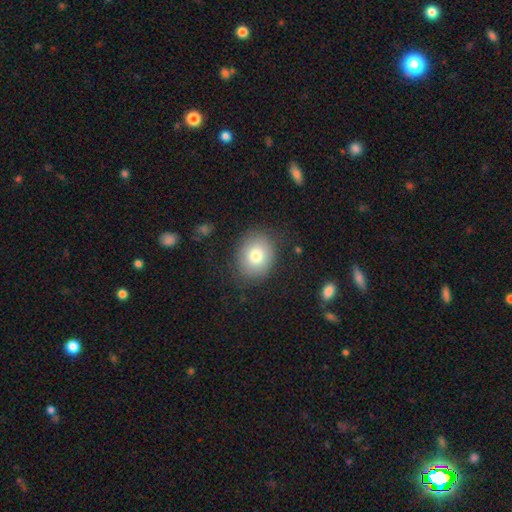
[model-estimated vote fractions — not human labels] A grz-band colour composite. It shows a smooth galaxy with no disk features (78%) that is round (59%). Merging: none (82%).